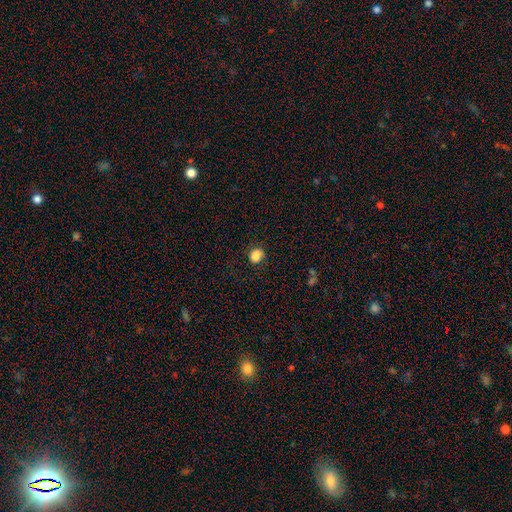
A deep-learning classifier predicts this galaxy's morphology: A smooth galaxy with no disk features (85%) that is round (59%). Merging: none (80%).